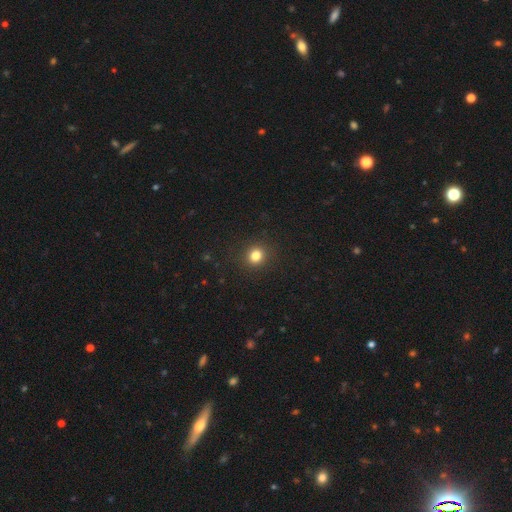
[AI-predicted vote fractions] Morphology: type=smooth (82%); roundness=round (84%); merging=none (91%).